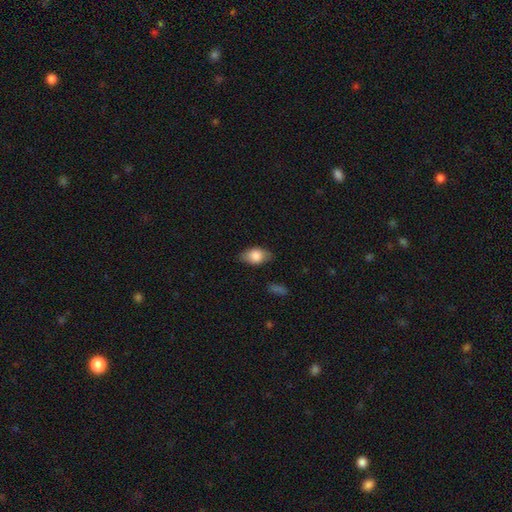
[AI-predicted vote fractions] Q: Smooth or featured?
A: smooth (78%); runner-up: featured or disk (15%)
Q: How rounded?
A: in between (88%); runner-up: round (9%)
Q: Merging?
A: none (79%); runner-up: minor disturbance (16%)